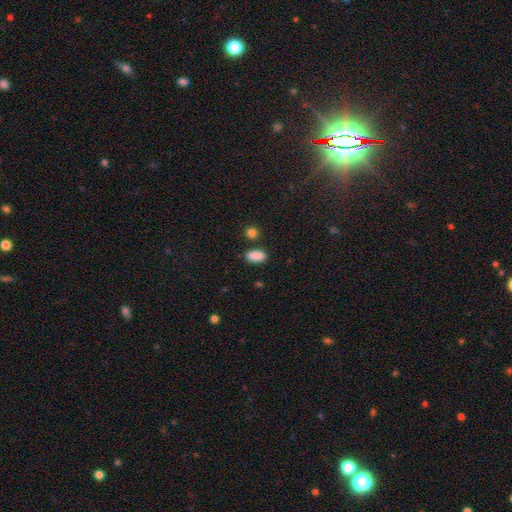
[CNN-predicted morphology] Smooth or featured? Predicted: smooth (p=0.88). How rounded? Predicted: in between (p=0.90). Merging? Predicted: none (p=0.80).